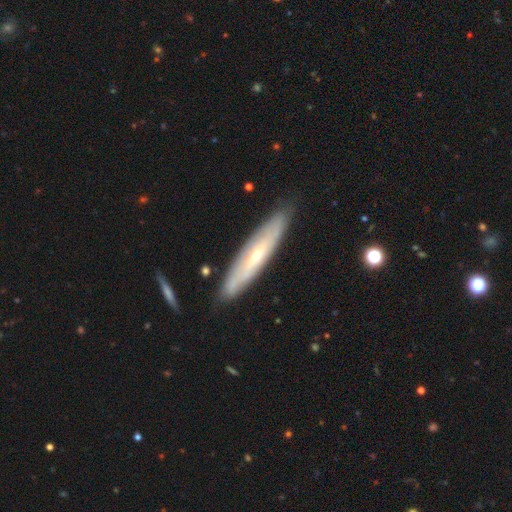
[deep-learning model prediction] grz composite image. It shows a featured or disk galaxy (65%) viewed edge-on (56%). Merging: none (85%).